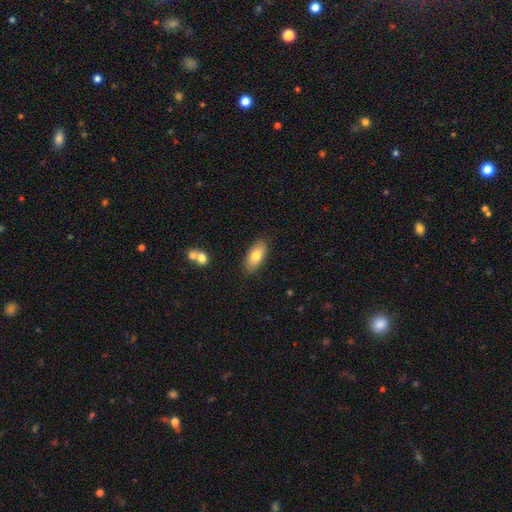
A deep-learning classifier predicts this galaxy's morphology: Overall: smooth (77%). How rounded: in between (88%). Merging: none (85%).